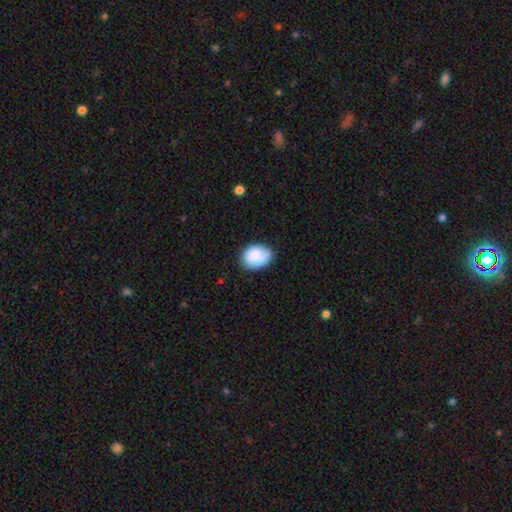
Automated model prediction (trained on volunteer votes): A smooth galaxy with no disk features (77%) that is in between round and cigar-shaped (64%). Merging: none (72%).